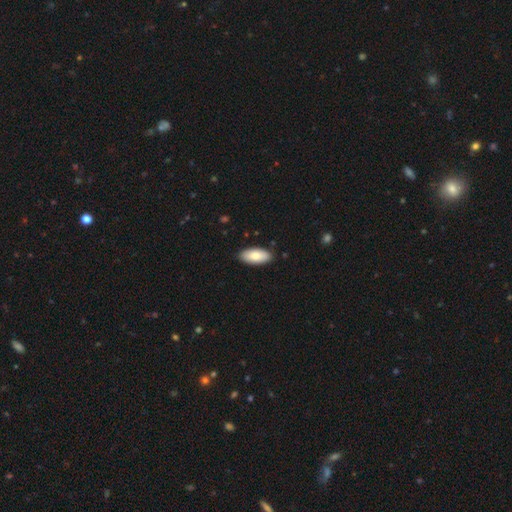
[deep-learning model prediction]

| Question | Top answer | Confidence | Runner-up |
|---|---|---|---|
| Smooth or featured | smooth | 82% | featured or disk (12%) |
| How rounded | in between | 90% | cigar-shaped (8%) |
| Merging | none | 88% | minor disturbance (9%) |